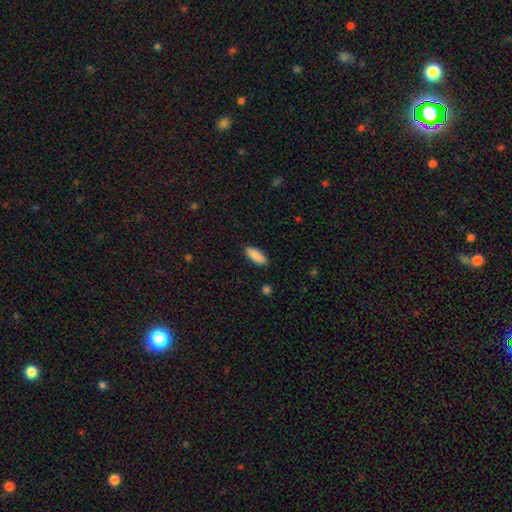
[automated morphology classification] The model was most divided on "how rounded": in between: 79%, cigar-shaped: 19%, round: 2%. More confident: smooth or featured — smooth (90%); merging — none (88%).